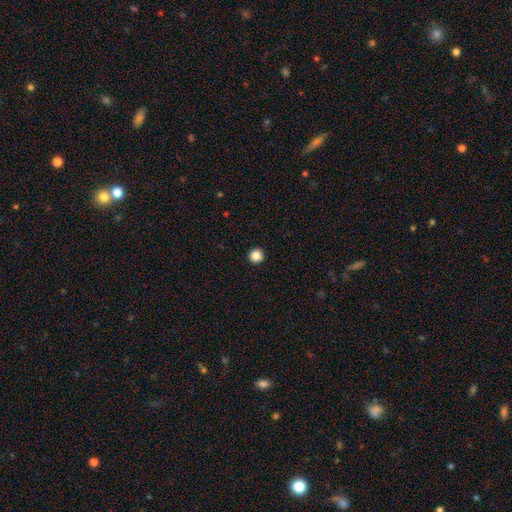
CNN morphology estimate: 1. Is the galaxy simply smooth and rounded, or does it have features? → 86% smooth, 10% star or artifact, 3% featured or disk.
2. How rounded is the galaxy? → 95% round, 4% in between, 1% cigar-shaped.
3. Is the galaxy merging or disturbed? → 94% none, 4% minor disturbance, 1% major disturbance, 1% merger.